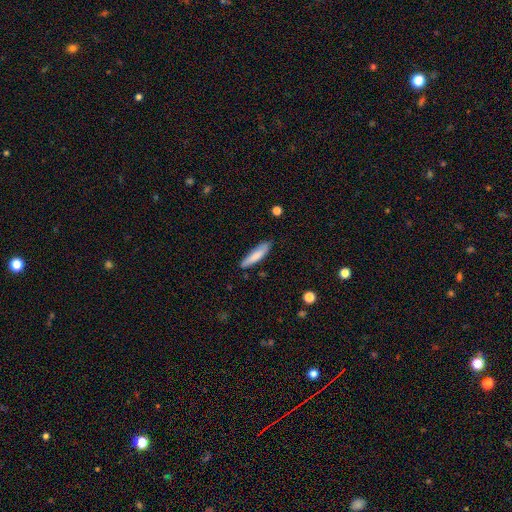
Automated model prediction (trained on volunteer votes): A smooth galaxy with no disk features (81%) that is cigar-shaped (78%). Merging: none (80%).